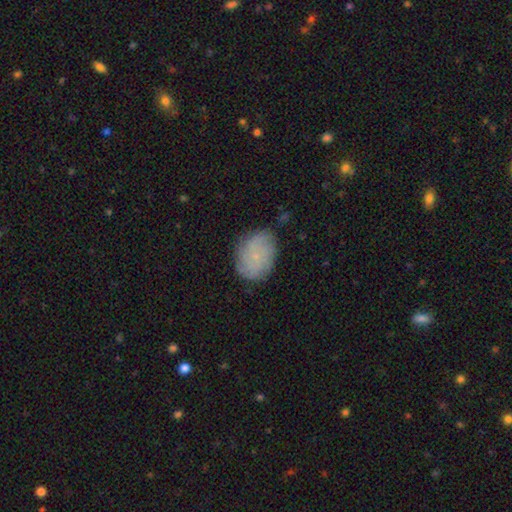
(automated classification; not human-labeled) This is possibly a smooth galaxy (51%). How rounded: likely in between (69%). Merging: likely none (76%).